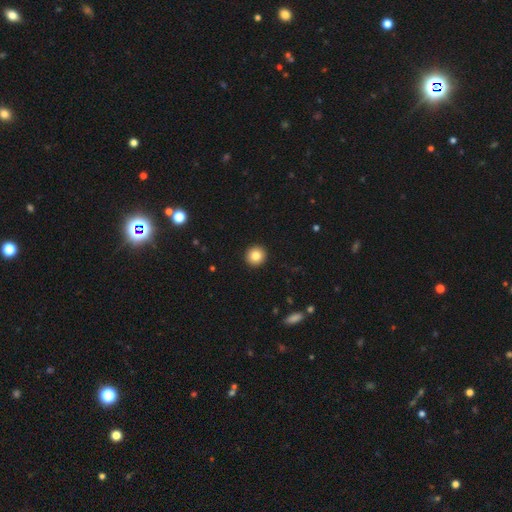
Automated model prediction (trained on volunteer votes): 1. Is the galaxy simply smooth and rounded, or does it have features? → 83% smooth, 10% star or artifact, 7% featured or disk.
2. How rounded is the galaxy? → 94% round, 5% in between, 1% cigar-shaped.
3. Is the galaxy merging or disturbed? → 94% none, 4% minor disturbance, 1% major disturbance, 1% merger.